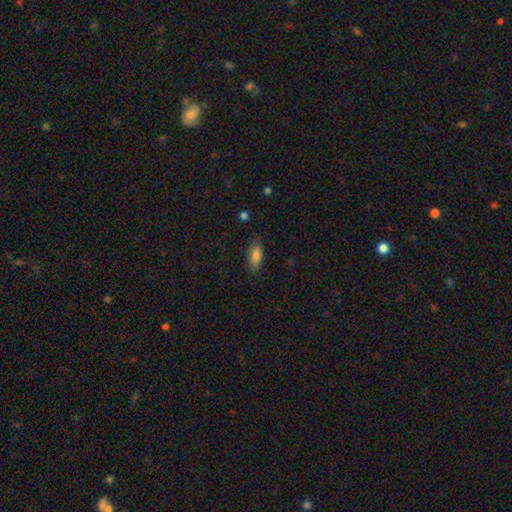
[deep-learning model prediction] Overall: smooth (81%). How rounded: in between (82%). Merging: none (83%).